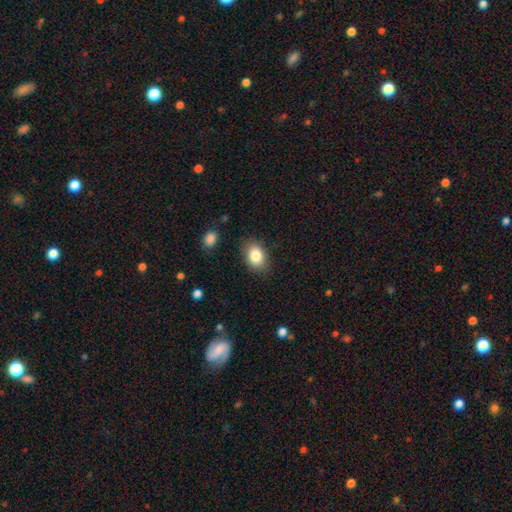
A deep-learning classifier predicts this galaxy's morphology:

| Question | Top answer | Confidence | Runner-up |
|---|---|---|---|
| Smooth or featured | smooth | 84% | featured or disk (8%) |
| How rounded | in between | 81% | round (18%) |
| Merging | none | 84% | minor disturbance (12%) |